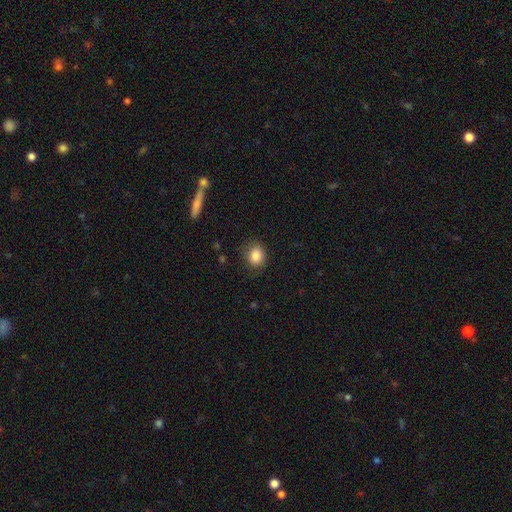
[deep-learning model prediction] A smooth galaxy with no disk features (86%) that is round (61%).

Vote fractions:
- Smooth or featured? smooth: 86% / star or artifact: 9% / featured or disk: 5%
- How rounded? round: 61% / in between: 38% / cigar-shaped: 1%
- Merging? none: 80% / minor disturbance: 15% / major disturbance: 4% / merger: 1%